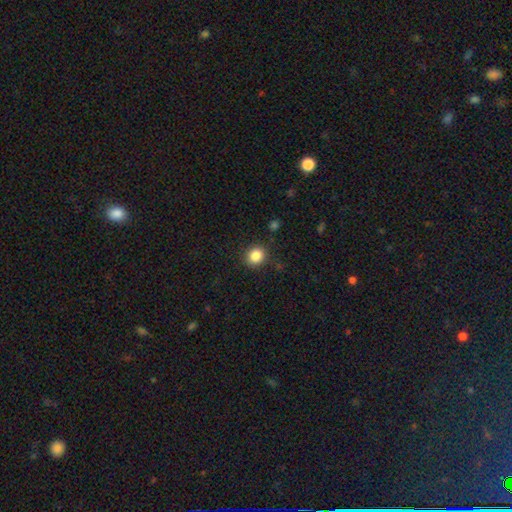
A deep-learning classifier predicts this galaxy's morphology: Smooth or featured?
  - smooth: 85% *
  - star or artifact: 10%
  - featured or disk: 5%
How rounded?
  - round: 78% *
  - in between: 21%
  - cigar-shaped: 1%
Merging?
  - none: 88% *
  - minor disturbance: 8%
  - major disturbance: 3%
  - merger: 1%